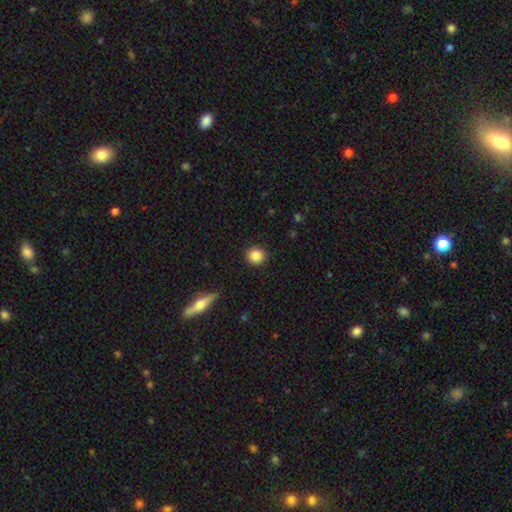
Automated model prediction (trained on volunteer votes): Smooth or featured?
  - smooth: 86% *
  - star or artifact: 9%
  - featured or disk: 5%
How rounded?
  - round: 93% *
  - in between: 6%
  - cigar-shaped: 1%
Merging?
  - none: 92% *
  - minor disturbance: 5%
  - major disturbance: 2%
  - merger: 1%